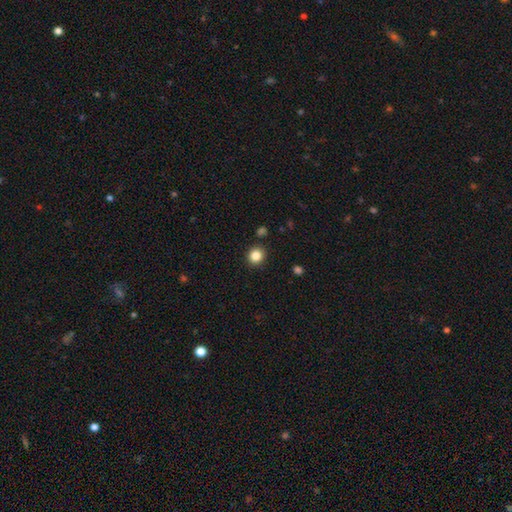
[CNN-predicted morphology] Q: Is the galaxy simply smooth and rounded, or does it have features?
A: smooth — 84%.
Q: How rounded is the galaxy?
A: round — 87%.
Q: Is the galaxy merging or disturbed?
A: none — 90%.